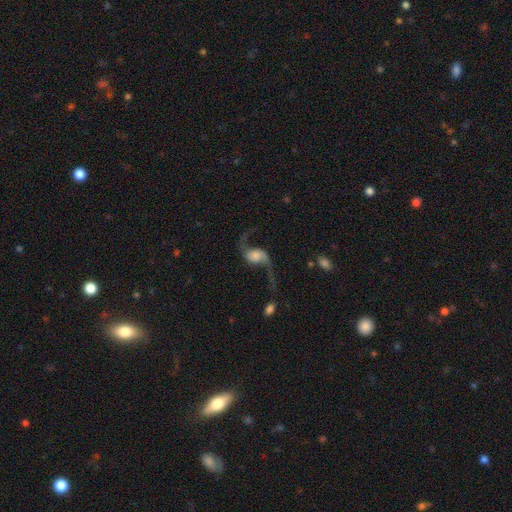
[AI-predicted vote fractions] The model was most divided on "bulge size": large: 28%, none: 23%, moderate: 18%, small: 16%, dominant: 15%. More confident: edge-on disk — no (96%); spiral arms — yes (96%); spiral arm count — 2 (93%); spiral winding — loose (93%); smooth or featured — featured or disk (84%); merging — none (61%); bar — no (56%).